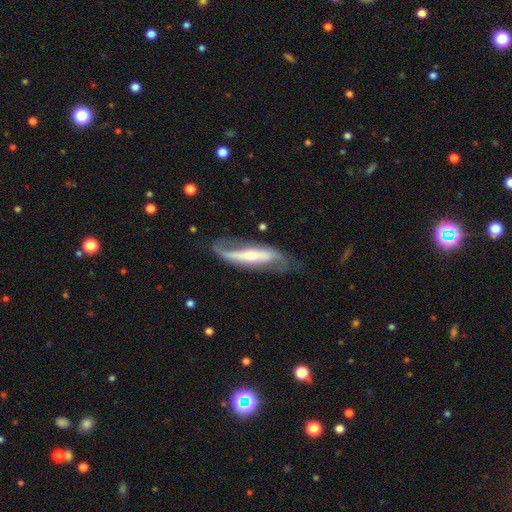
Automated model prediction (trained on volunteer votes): A featured or disk galaxy (82%) with a strong bar (54%), 2 (84%) loose (52%) spiral arms (92%) and a small central bulge (51%). Merging: none (64%).